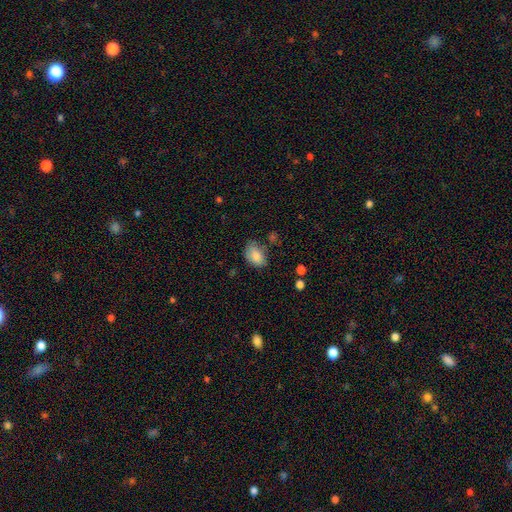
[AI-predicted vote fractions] smooth_or_featured: smooth (p=0.84) [alt: featured or disk p=0.08]
how_rounded: in between (p=0.86) [alt: round p=0.12]
merging: none (p=0.62) [alt: minor disturbance p=0.27]